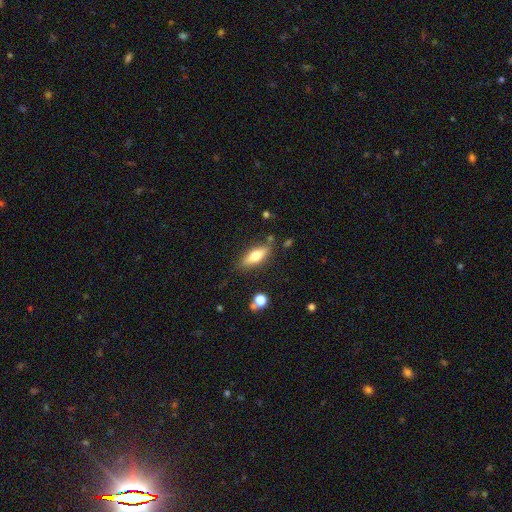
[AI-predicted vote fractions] A smooth galaxy with no disk features (63%) that is in between round and cigar-shaped (55%).

Vote fractions:
- Smooth or featured? smooth: 63% / featured or disk: 30% / star or artifact: 7%
- How rounded? in between: 55% / cigar-shaped: 42% / round: 3%
- Merging? none: 80% / minor disturbance: 13% / merger: 4% / major disturbance: 3%